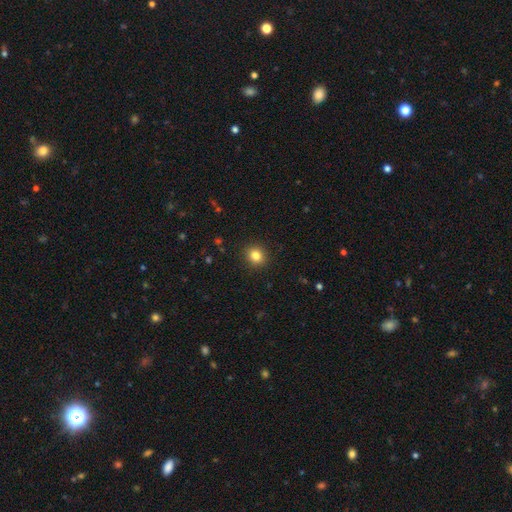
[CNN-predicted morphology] Overall: smooth (83%). How rounded: round (82%). Merging: none (91%).